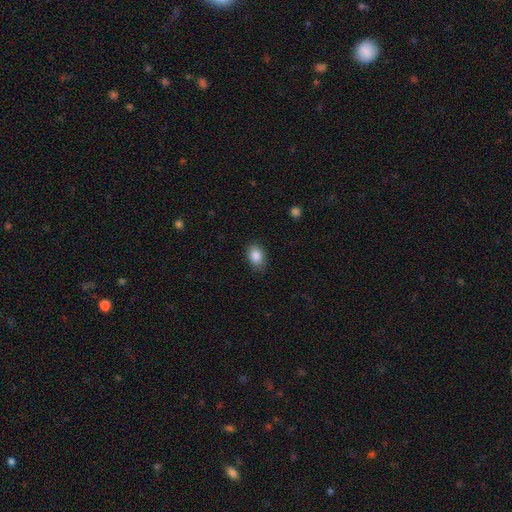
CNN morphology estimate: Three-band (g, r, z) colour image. It shows a smooth galaxy with no disk features (87%) that is in between round and cigar-shaped (78%). Merging: none (83%).